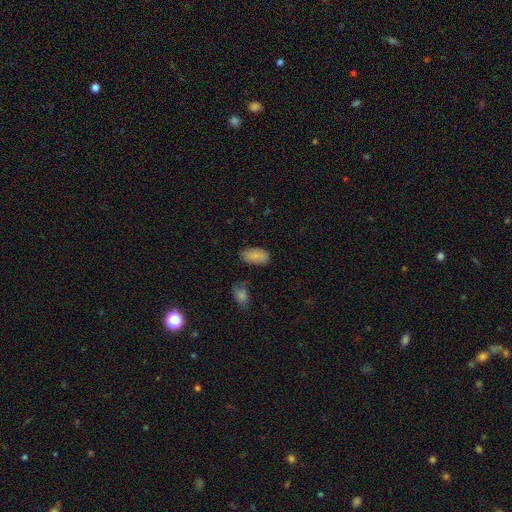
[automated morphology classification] Smooth or featured? Predicted: smooth (p=0.84). How rounded? Predicted: in between (p=0.95). Merging? Predicted: none (p=0.73).